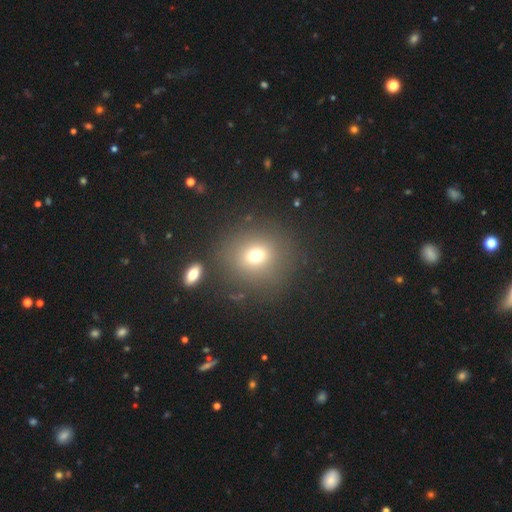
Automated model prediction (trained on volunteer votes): Smooth or featured: smooth — 71% (star or artifact — 18%)
How rounded: round — 79% (in between — 20%)
Merging: none — 80% (minor disturbance — 9%)